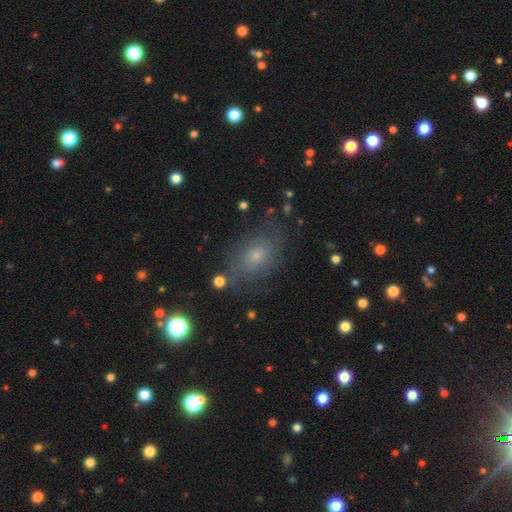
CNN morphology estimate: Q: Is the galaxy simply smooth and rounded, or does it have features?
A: smooth — 45%.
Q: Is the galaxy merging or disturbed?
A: none — 76%.